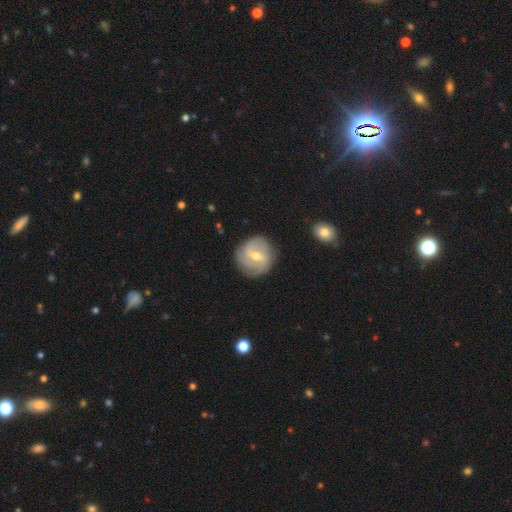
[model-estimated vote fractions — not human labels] Q: Smooth or featured?
A: featured or disk (70%); runner-up: smooth (24%)
Q: Edge-on disk?
A: no (97%); runner-up: yes (3%)
Q: Bar?
A: weak (59%); runner-up: no (24%)
Q: Spiral arms?
A: yes (88%); runner-up: no (12%)
Q: Spiral winding?
A: tight (43%); runner-up: medium (39%)
Q: Spiral arm count?
A: 2 (38%); runner-up: can't tell (25%)
Q: Bulge size?
A: moderate (61%); runner-up: small (35%)
Q: Merging?
A: none (80%); runner-up: minor disturbance (14%)